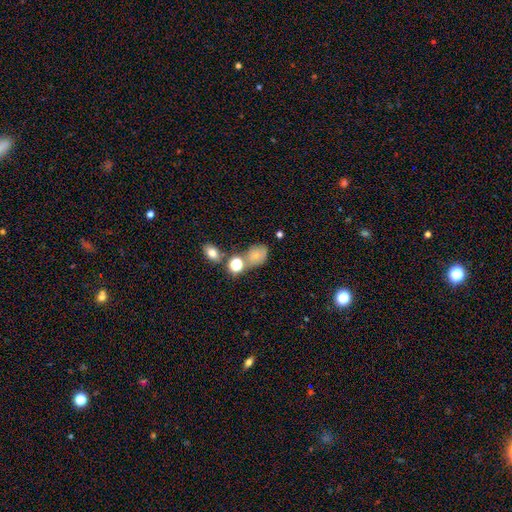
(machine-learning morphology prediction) Smooth or featured? Predicted: smooth (p=0.71). How rounded? Predicted: in between (p=0.69). Merging? Predicted: none (p=0.50).